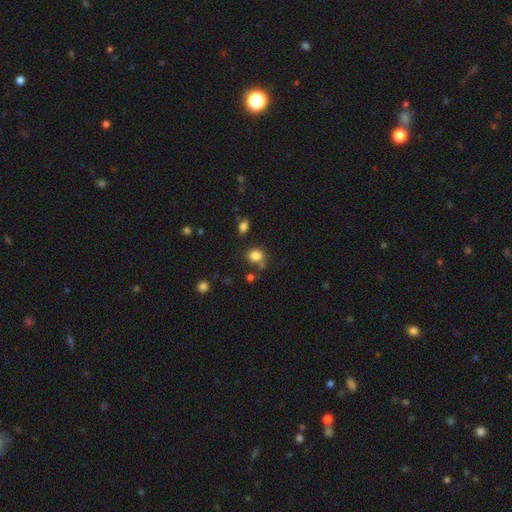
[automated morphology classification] Smooth or featured?
  - smooth: 82% *
  - star or artifact: 12%
  - featured or disk: 5%
How rounded?
  - round: 70% *
  - in between: 29%
  - cigar-shaped: 1%
Merging?
  - none: 69% *
  - minor disturbance: 14%
  - merger: 12%
  - major disturbance: 5%